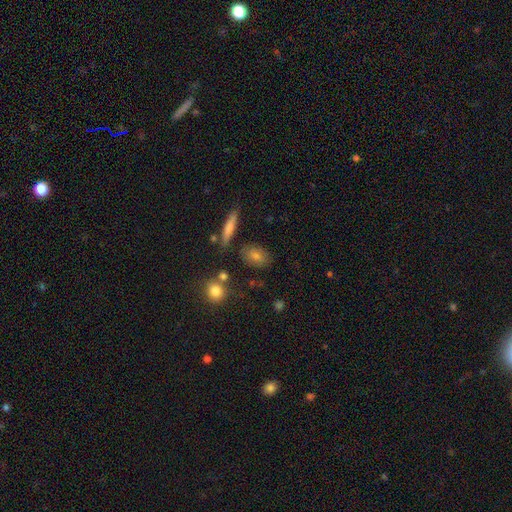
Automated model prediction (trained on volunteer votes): smooth_or_featured: smooth (p=0.74) [alt: featured or disk p=0.14]
how_rounded: in between (p=0.69) [alt: round p=0.24]
merging: none (p=0.77) [alt: minor disturbance p=0.13]